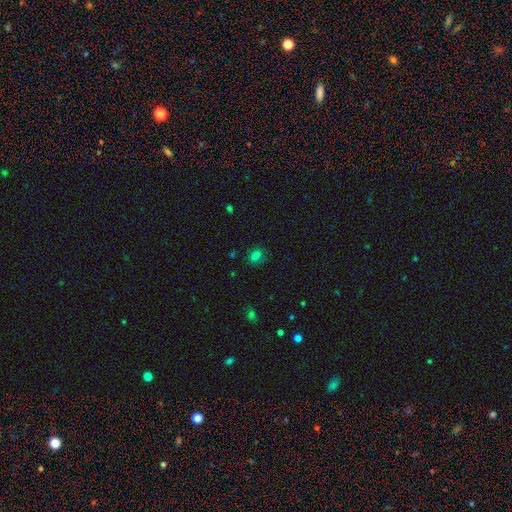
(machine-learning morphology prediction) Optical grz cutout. It shows a smooth galaxy with no disk features (74%) that is in between round and cigar-shaped (49%, tied with round). Merging: none (80%).